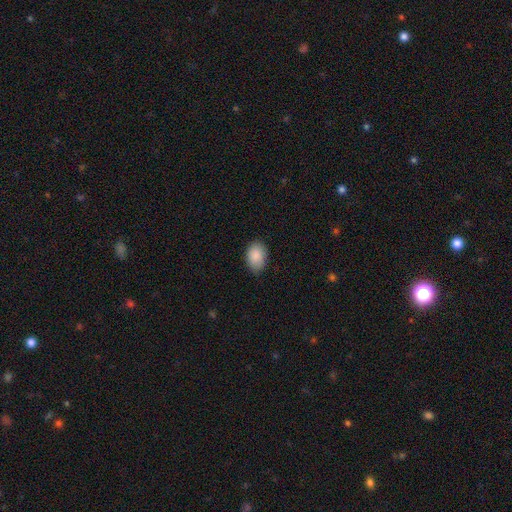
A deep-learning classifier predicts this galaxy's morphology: type=smooth (89%); roundness=in between (85%); merging=none (81%).